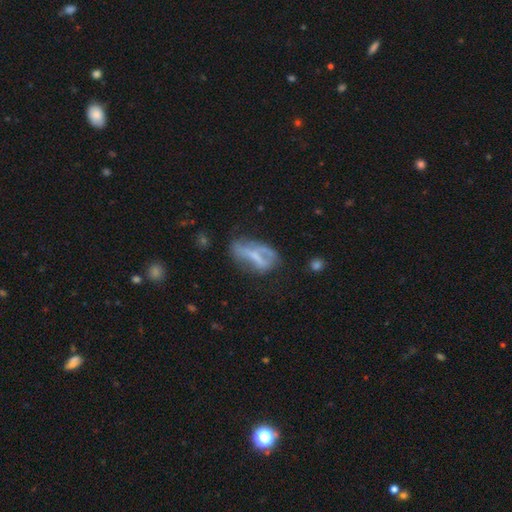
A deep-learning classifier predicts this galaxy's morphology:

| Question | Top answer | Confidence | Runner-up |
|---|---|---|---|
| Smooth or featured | featured or disk | 51% | smooth (38%) |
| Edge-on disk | no | 84% | yes (16%) |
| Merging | none | 35% | major disturbance (31%) |